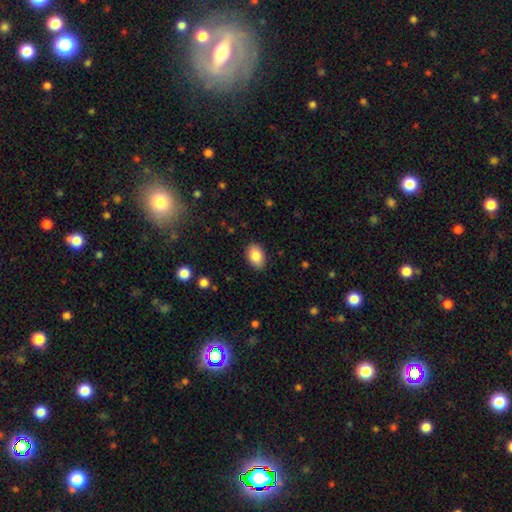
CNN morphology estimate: A smooth galaxy with no disk features (86%) that is in between round and cigar-shaped (86%). Merging: none (88%).